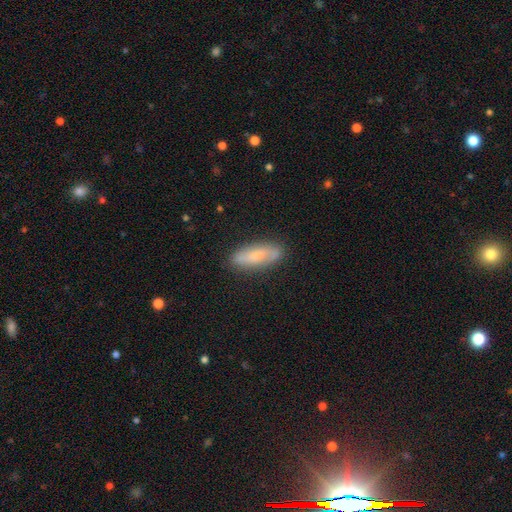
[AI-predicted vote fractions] This appears to be a smooth galaxy with no disk features (62%) that is in between round and cigar-shaped (56%). Merging: none (85%).